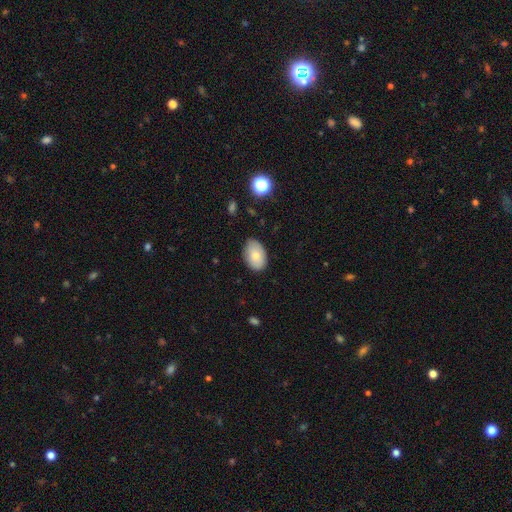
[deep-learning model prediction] Smooth or featured: smooth — 78% (featured or disk — 14%)
How rounded: in between — 88% (round — 11%)
Merging: none — 82% (minor disturbance — 15%)